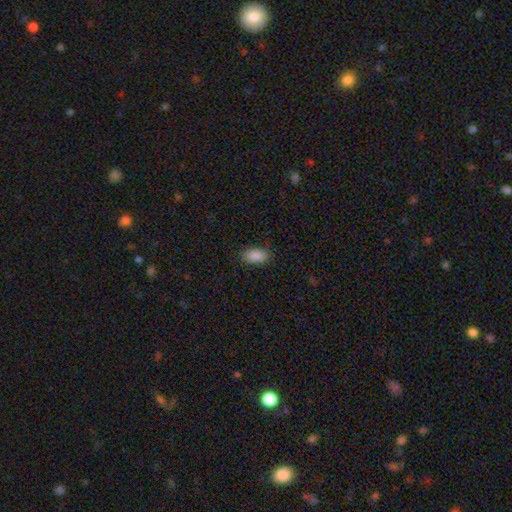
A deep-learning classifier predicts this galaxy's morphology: Smooth or featured? Predicted: smooth (p=0.89). How rounded? Predicted: in between (p=0.92). Merging? Predicted: none (p=0.87).